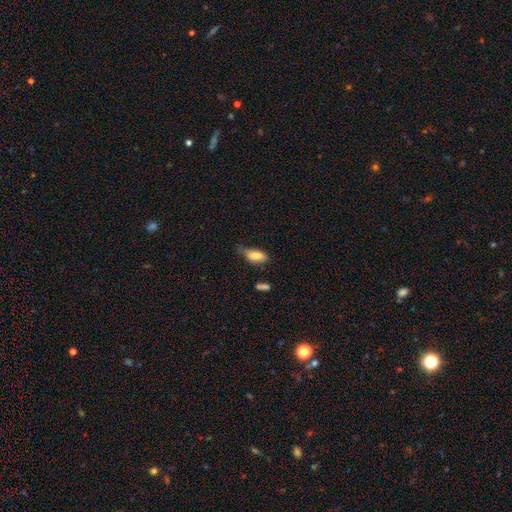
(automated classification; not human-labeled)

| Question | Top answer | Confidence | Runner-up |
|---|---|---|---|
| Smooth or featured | smooth | 81% | featured or disk (11%) |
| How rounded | in between | 86% | cigar-shaped (11%) |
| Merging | minor disturbance | 42% | none (38%) |